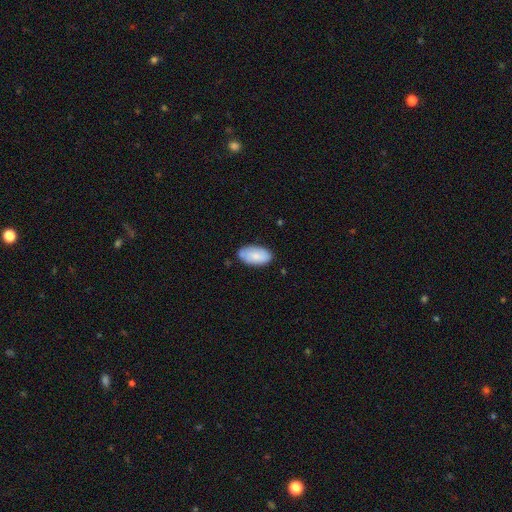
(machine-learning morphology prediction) The model was most divided on "merging": none: 79%, minor disturbance: 16%, major disturbance: 3%, merger: 2%. More confident: how rounded — in between (95%); smooth or featured — smooth (81%).